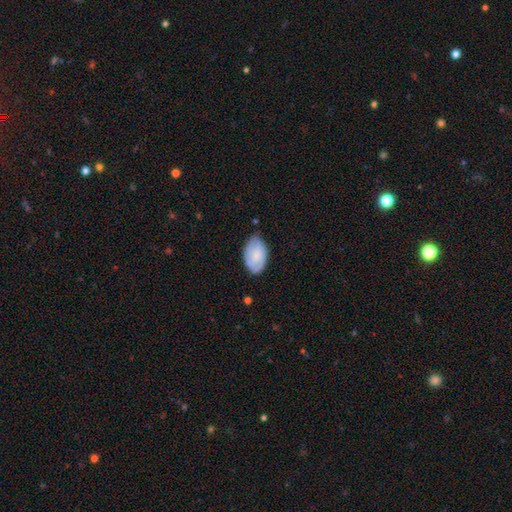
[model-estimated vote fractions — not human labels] Overall: smooth (64%; featured or disk 30%). How rounded: in between (91%). Merging: none (66%; minor disturbance 27%).